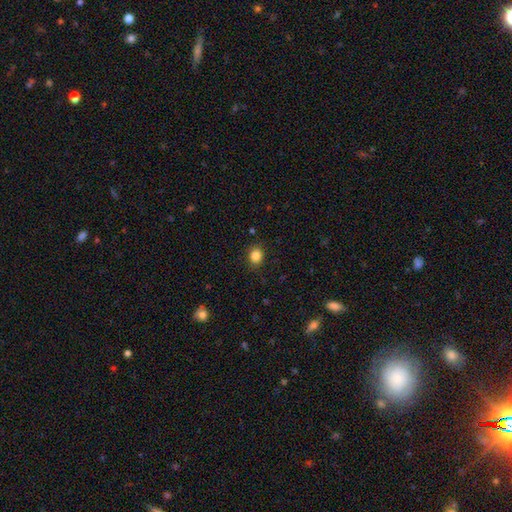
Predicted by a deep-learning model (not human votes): smooth-or-featured: smooth: 85% | star or artifact: 11% | featured or disk: 4%
  how-rounded: round: 62% | in between: 37% | cigar-shaped: 1%
  merging: none: 87% | minor disturbance: 9% | major disturbance: 2% | merger: 1%